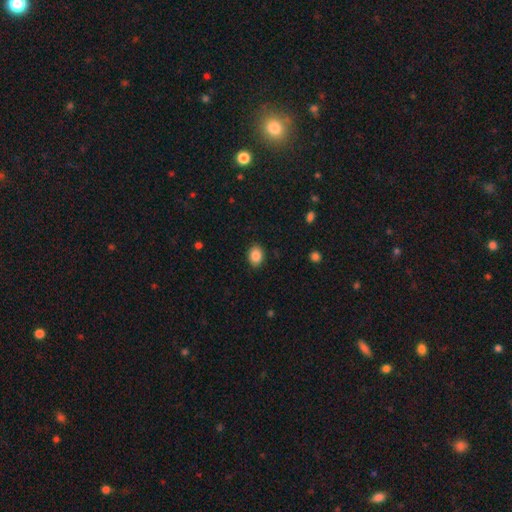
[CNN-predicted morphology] smooth-or-featured: smooth: 87% | star or artifact: 8% | featured or disk: 5%
  how-rounded: in between: 65% | round: 35% | cigar-shaped: 1%
  merging: none: 88% | minor disturbance: 9% | major disturbance: 2% | merger: 1%